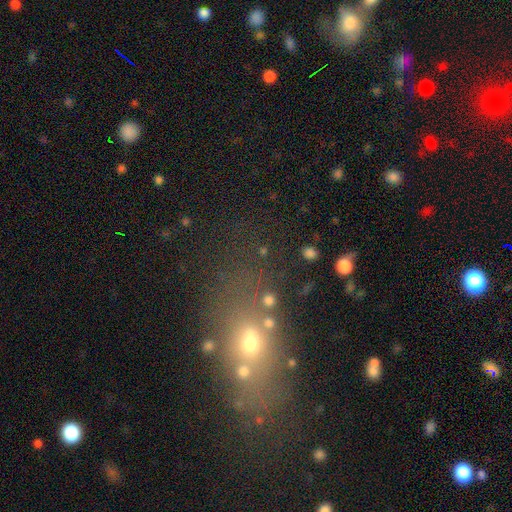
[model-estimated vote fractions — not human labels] Q: Smooth or featured?
A: smooth (48%); runner-up: star or artifact (31%)
Q: Merging?
A: none (67%); runner-up: merger (14%)